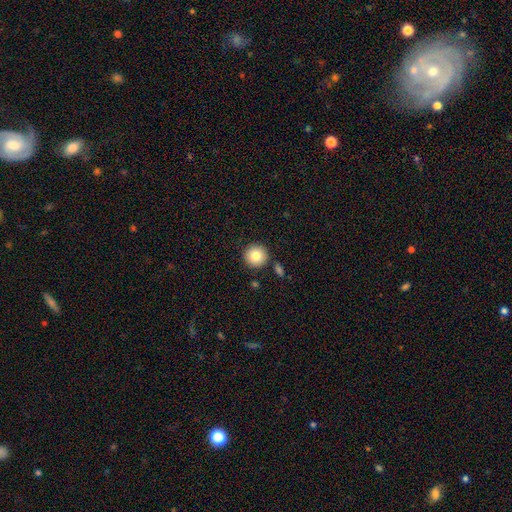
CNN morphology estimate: This is clearly a smooth galaxy (83%). How rounded: clearly round (96%). Merging: clearly none (87%).